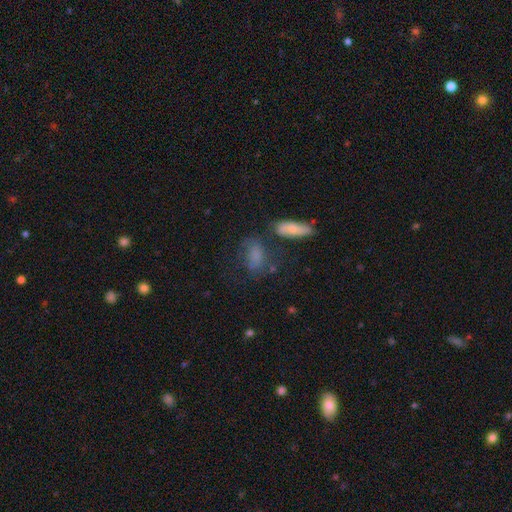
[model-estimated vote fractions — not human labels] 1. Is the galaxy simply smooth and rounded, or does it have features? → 64% smooth, 22% featured or disk, 14% star or artifact.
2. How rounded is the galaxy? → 76% in between, 17% round, 7% cigar-shaped.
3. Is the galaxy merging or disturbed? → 47% none, 22% minor disturbance, 16% merger, 15% major disturbance.